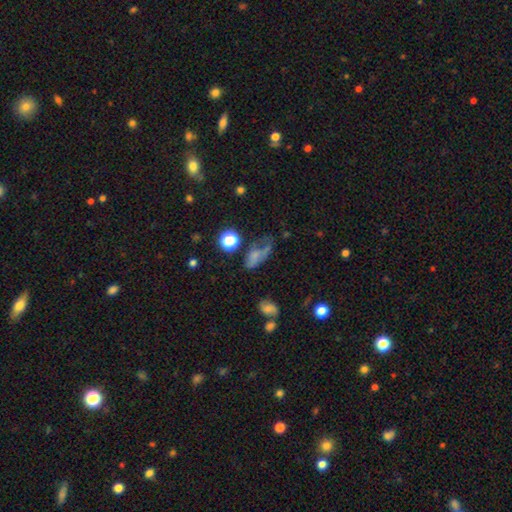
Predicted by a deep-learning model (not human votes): A smooth galaxy with no disk features (59%) that is in between round and cigar-shaped (75%). Merging: major disturbance (34%).